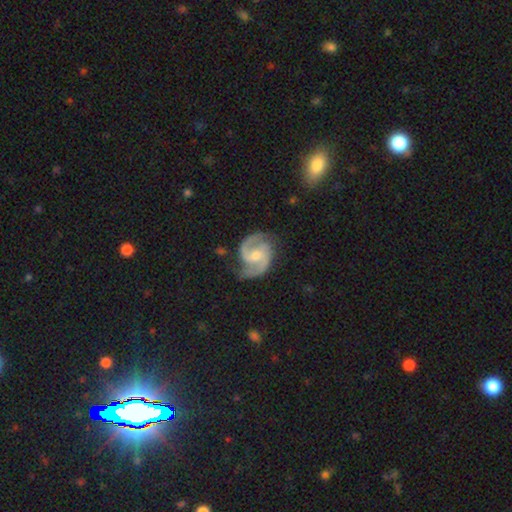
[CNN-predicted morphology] Q: Smooth or featured?
A: featured or disk (91%); runner-up: smooth (4%)
Q: Edge-on disk?
A: no (98%); runner-up: yes (2%)
Q: Bar?
A: weak (45%); runner-up: no (42%)
Q: Spiral arms?
A: yes (98%); runner-up: no (2%)
Q: Spiral winding?
A: medium (60%); runner-up: tight (25%)
Q: Spiral arm count?
A: 2 (92%); runner-up: 3 (3%)
Q: Bulge size?
A: moderate (49%); runner-up: small (45%)
Q: Merging?
A: none (76%); runner-up: minor disturbance (18%)